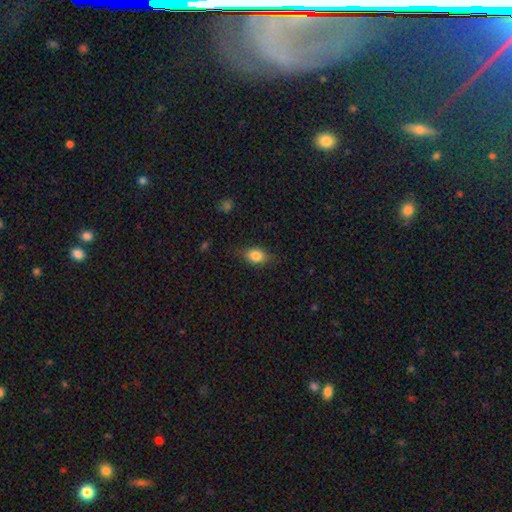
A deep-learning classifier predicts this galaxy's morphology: smooth-or-featured: smooth: 82% | featured or disk: 10% | star or artifact: 9%
  how-rounded: in between: 76% | round: 21% | cigar-shaped: 2%
  merging: none: 80% | minor disturbance: 16% | major disturbance: 4% | merger: 1%